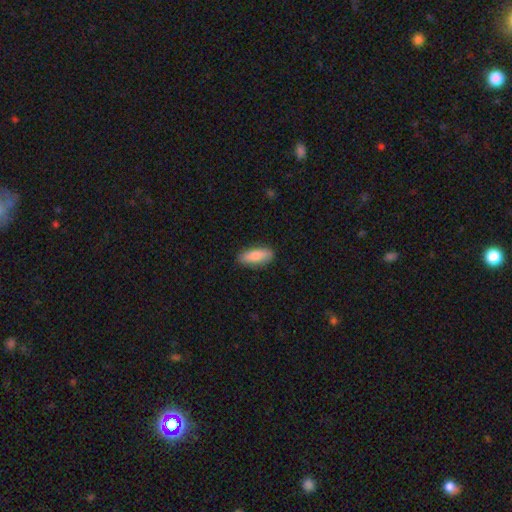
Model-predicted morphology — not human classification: A smooth galaxy with no disk features (83%) that is in between round and cigar-shaped (70%).

Vote fractions:
- Smooth or featured? smooth: 83% / featured or disk: 12% / star or artifact: 6%
- How rounded? in between: 70% / cigar-shaped: 28% / round: 2%
- Merging? none: 86% / minor disturbance: 11% / major disturbance: 2% / merger: 1%